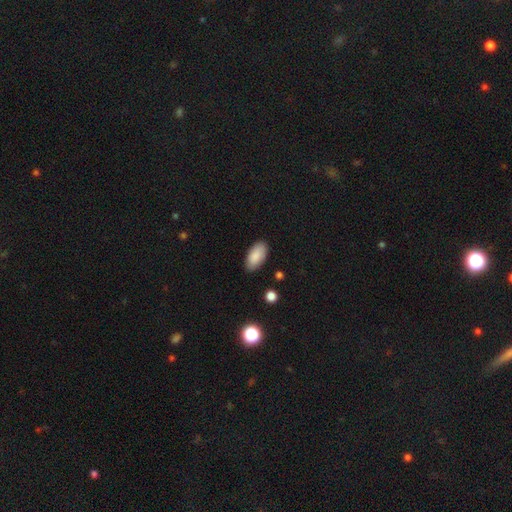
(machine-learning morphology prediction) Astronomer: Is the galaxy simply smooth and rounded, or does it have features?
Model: smooth — 88%.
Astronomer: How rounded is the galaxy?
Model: in between — 94%.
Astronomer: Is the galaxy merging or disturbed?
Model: none — 85%.